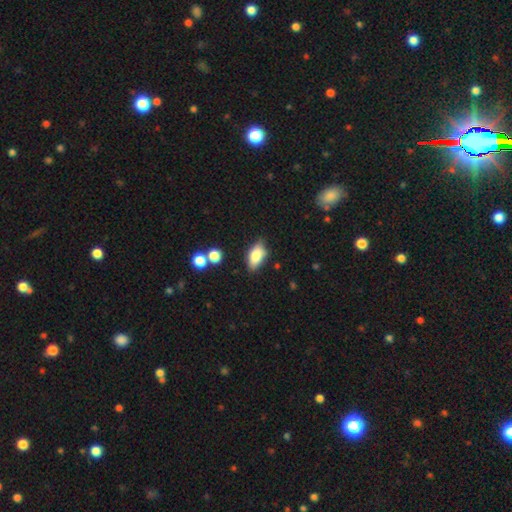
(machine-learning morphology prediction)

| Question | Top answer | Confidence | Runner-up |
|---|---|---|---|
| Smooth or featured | smooth | 80% | featured or disk (12%) |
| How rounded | in between | 88% | cigar-shaped (7%) |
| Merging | none | 76% | minor disturbance (17%) |